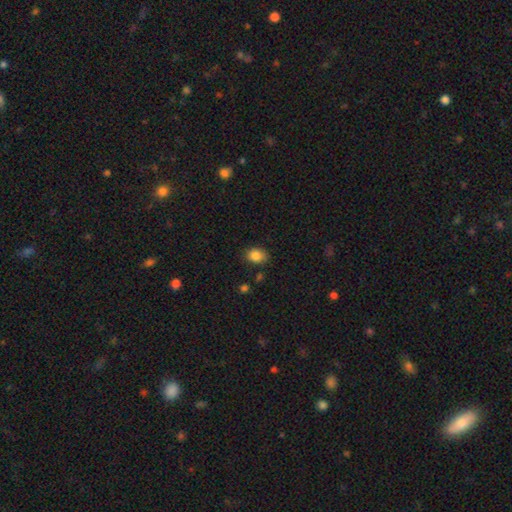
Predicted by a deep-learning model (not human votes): A smooth galaxy with no disk features (85%) that is in between round and cigar-shaped (65%).

Vote fractions:
- Smooth or featured? smooth: 85% / star or artifact: 9% / featured or disk: 6%
- How rounded? in between: 65% / round: 34% / cigar-shaped: 1%
- Merging? none: 81% / minor disturbance: 14% / major disturbance: 3% / merger: 2%